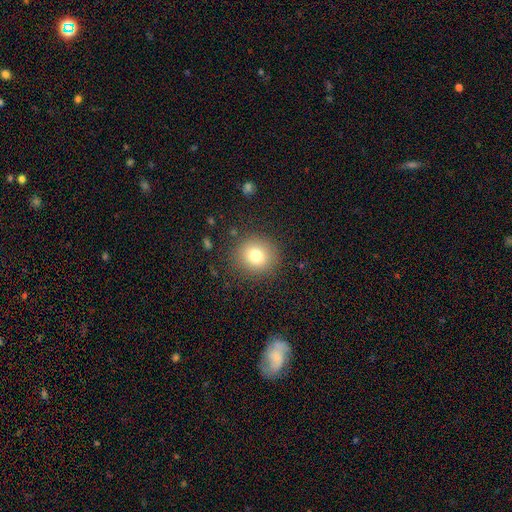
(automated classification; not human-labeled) smooth 78%, star or artifact 12%, featured or disk 10%. Down the decision tree: how rounded — round (85%); merging — none (86%).